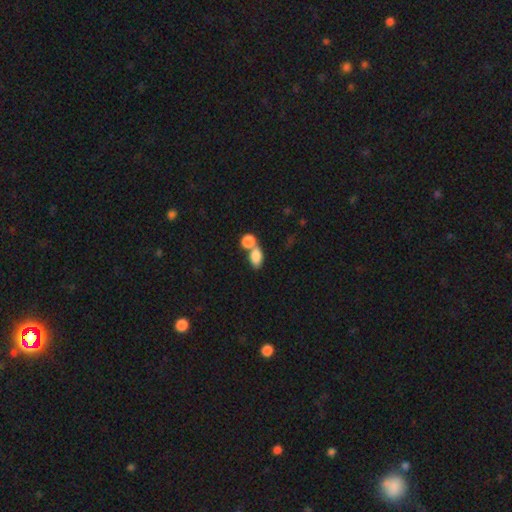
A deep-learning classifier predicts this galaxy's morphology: smooth 84%, featured or disk 9%, star or artifact 8%. Down the decision tree: how rounded — in between (86%); merging — merger (60%).